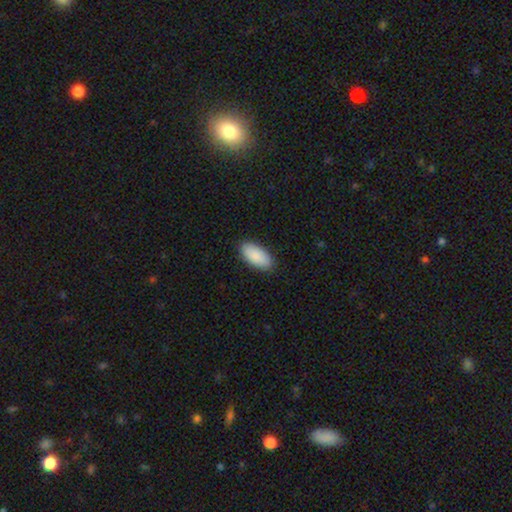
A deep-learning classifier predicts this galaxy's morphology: The model was most divided on "merging": none: 89%, minor disturbance: 8%, major disturbance: 2%, merger: 1%. More confident: how rounded — in between (93%); smooth or featured — smooth (91%).